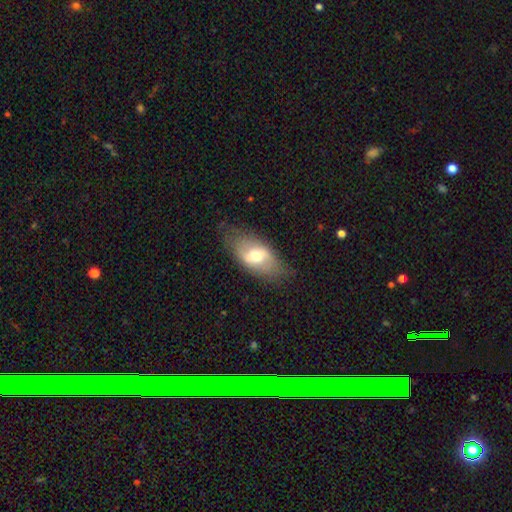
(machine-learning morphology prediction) smooth_or_featured: smooth (p=0.49) [alt: featured or disk p=0.44]
merging: none (p=0.74) [alt: minor disturbance p=0.18]